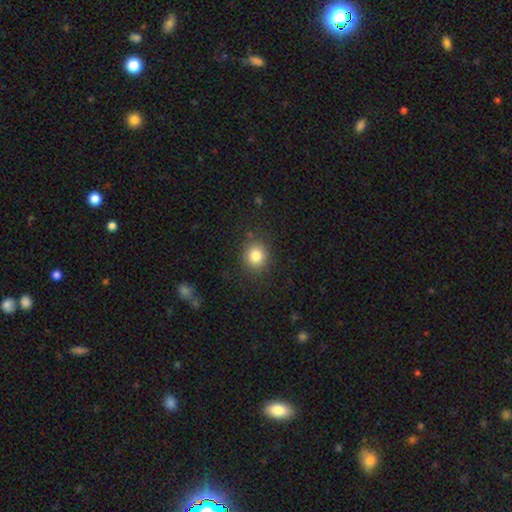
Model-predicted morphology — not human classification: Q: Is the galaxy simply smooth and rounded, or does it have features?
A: smooth — 82%.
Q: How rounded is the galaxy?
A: round — 84%.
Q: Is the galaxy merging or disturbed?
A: none — 87%.